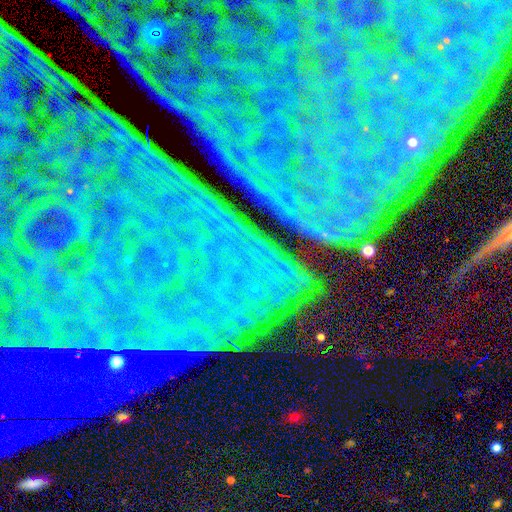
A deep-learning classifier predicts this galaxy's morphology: smooth_or_featured: star or artifact (p=0.84) [alt: featured or disk p=0.09]